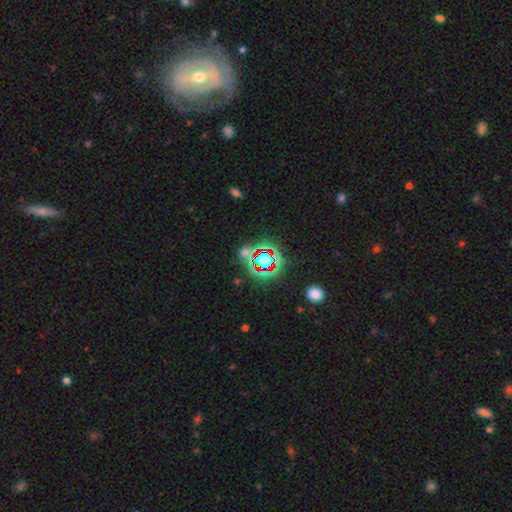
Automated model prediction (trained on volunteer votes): The model was most divided on "smooth or featured": star or artifact: 74%, smooth: 14%, featured or disk: 11%.